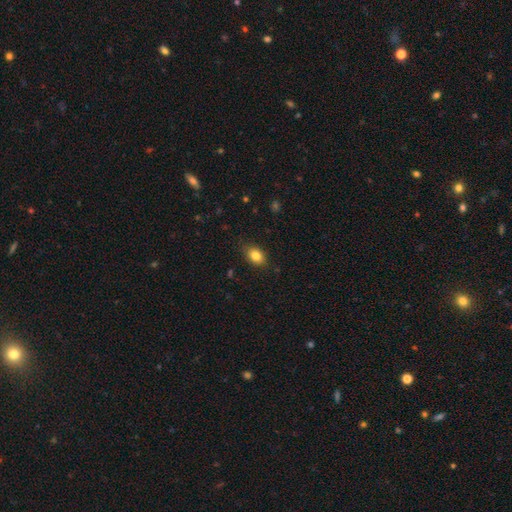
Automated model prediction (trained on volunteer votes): smooth_or_featured: smooth (p=0.84) [alt: star or artifact p=0.09]
how_rounded: in between (p=0.78) [alt: round p=0.21]
merging: none (p=0.84) [alt: minor disturbance p=0.13]